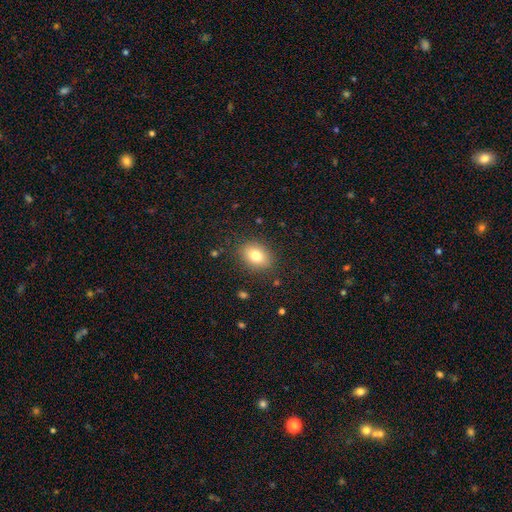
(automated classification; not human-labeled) smooth_or_featured: smooth (p=0.78) [alt: featured or disk p=0.11]
how_rounded: in between (p=0.65) [alt: round p=0.34]
merging: none (p=0.85) [alt: minor disturbance p=0.10]